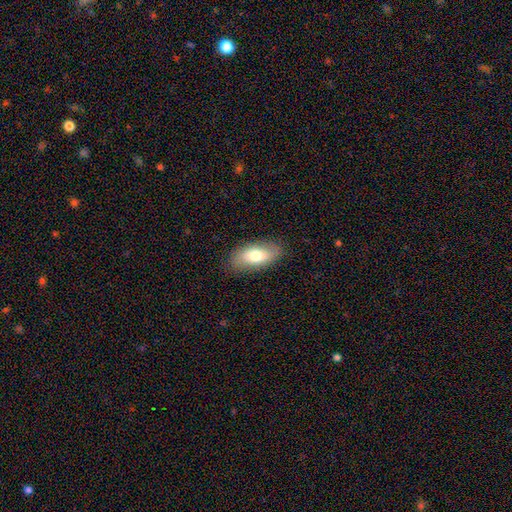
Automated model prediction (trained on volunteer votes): A smooth galaxy with no disk features (70%) that is in between round and cigar-shaped (89%).

Vote fractions:
- Smooth or featured? smooth: 70% / featured or disk: 23% / star or artifact: 7%
- How rounded? in between: 89% / cigar-shaped: 7% / round: 3%
- Merging? none: 84% / minor disturbance: 12% / major disturbance: 3% / merger: 1%